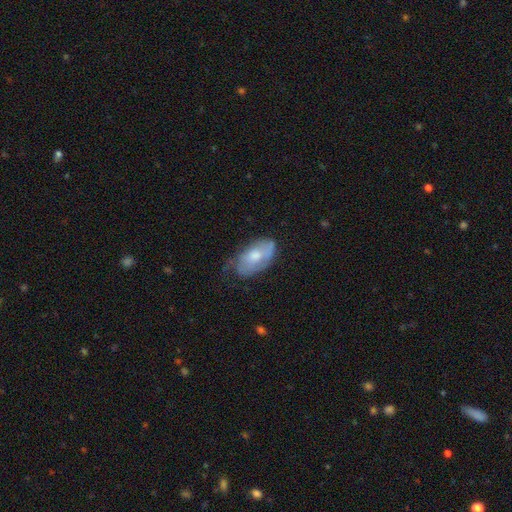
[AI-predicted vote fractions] smooth-or-featured: featured or disk: 47% (tied) | smooth: 47% (tied) | star or artifact: 6%
  merging: none: 49% | minor disturbance: 34% | major disturbance: 15% | merger: 2%